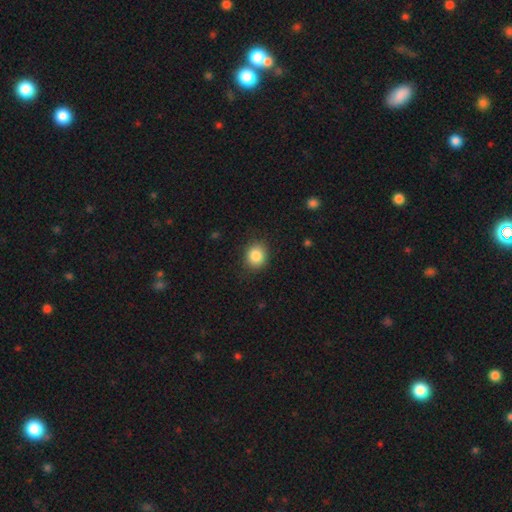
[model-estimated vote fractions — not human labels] smooth_or_featured: smooth (p=0.86) [alt: star or artifact p=0.09]
how_rounded: round (p=0.72) [alt: in between p=0.27]
merging: none (p=0.86) [alt: minor disturbance p=0.10]